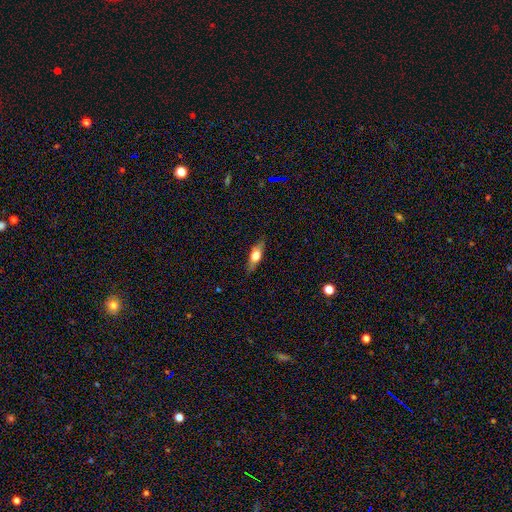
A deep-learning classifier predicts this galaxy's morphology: Q: Smooth or featured?
A: smooth (50%); runner-up: featured or disk (43%)
Q: Merging?
A: none (85%); runner-up: minor disturbance (11%)